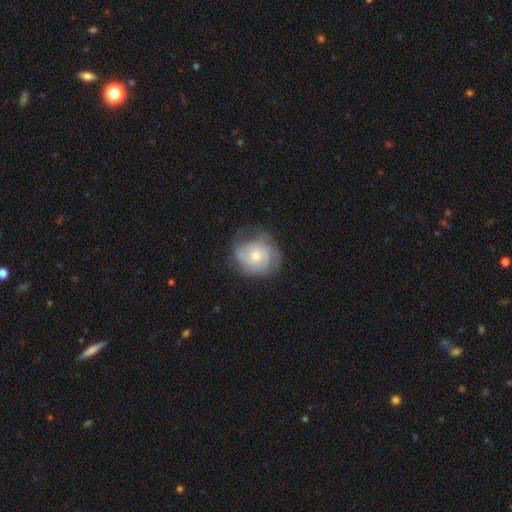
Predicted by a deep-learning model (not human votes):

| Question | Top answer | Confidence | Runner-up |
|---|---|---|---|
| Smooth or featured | featured or disk | 71% | smooth (23%) |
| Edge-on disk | no | 98% | yes (2%) |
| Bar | no | 76% | weak (21%) |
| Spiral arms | yes | 92% | no (8%) |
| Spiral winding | tight | 52% | medium (37%) |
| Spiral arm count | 3 | 33% | can't tell (27%) |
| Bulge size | small | 53% | moderate (41%) |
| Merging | none | 63% | minor disturbance (23%) |